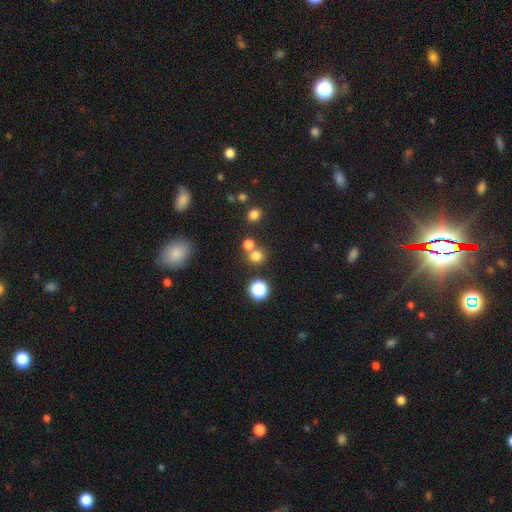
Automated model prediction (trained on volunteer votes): The model was most divided on "merging": none: 64%, merger: 26%, minor disturbance: 7%, major disturbance: 3%. More confident: how rounded — round (87%); smooth or featured — smooth (74%).